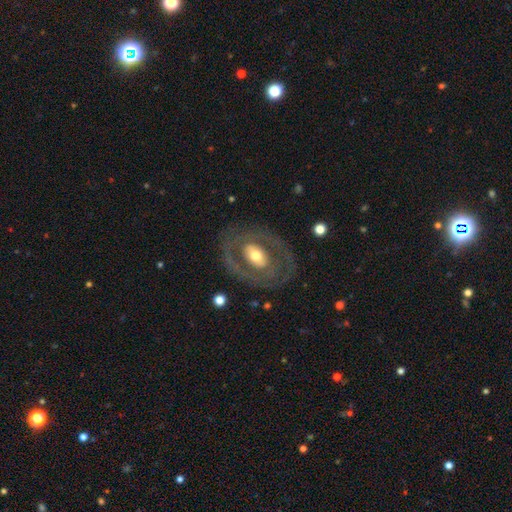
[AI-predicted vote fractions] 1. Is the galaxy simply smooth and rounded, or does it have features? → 68% featured or disk, 26% smooth, 6% star or artifact.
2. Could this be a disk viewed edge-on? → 94% no, 6% yes.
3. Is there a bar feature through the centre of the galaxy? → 53% no, 27% weak, 19% strong.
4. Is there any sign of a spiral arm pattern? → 64% no, 36% yes.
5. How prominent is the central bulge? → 62% moderate, 19% small, 17% large, 2% dominant, 1% none.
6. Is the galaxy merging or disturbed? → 74% none, 14% minor disturbance, 11% major disturbance, 1% merger.